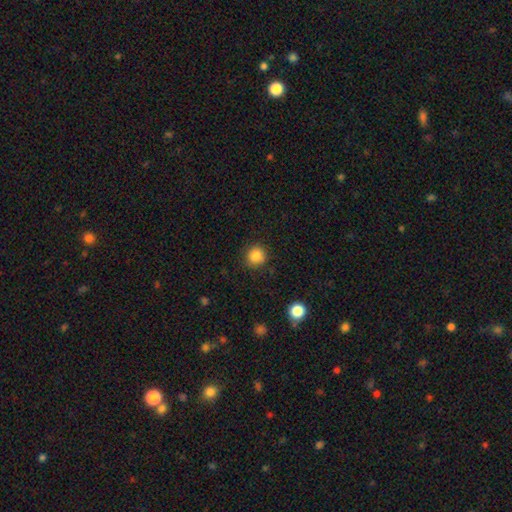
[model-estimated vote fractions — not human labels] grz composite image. It shows a smooth galaxy with no disk features (86%) that is round (91%). Merging: none (88%).